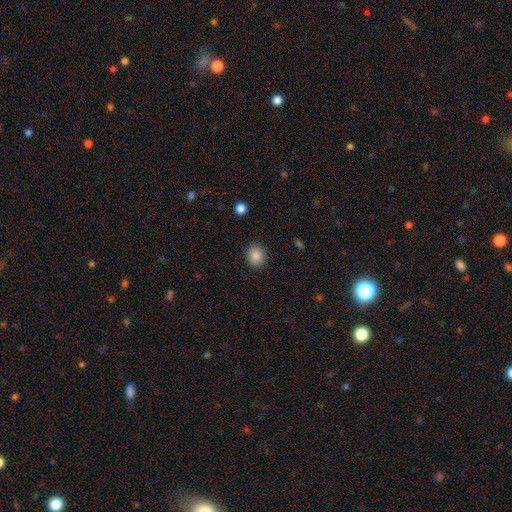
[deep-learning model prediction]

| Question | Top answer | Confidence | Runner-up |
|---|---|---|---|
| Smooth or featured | smooth | 86% | star or artifact (9%) |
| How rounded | round | 69% | in between (30%) |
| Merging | none | 88% | minor disturbance (9%) |